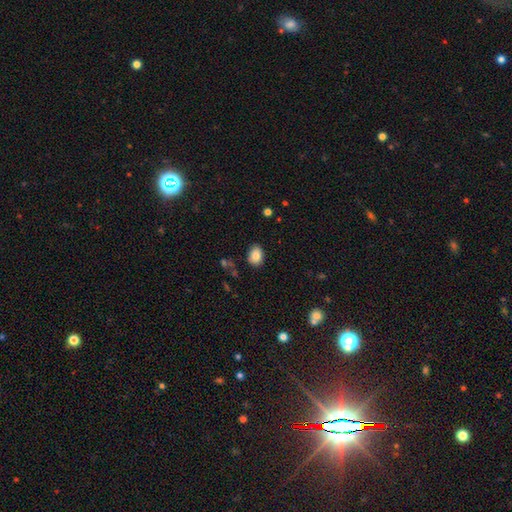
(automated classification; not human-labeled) smooth-or-featured: smooth: 85% | star or artifact: 9% | featured or disk: 6%
  how-rounded: in between: 66% | round: 33% | cigar-shaped: 1%
  merging: none: 81% | minor disturbance: 14% | major disturbance: 3% | merger: 2%